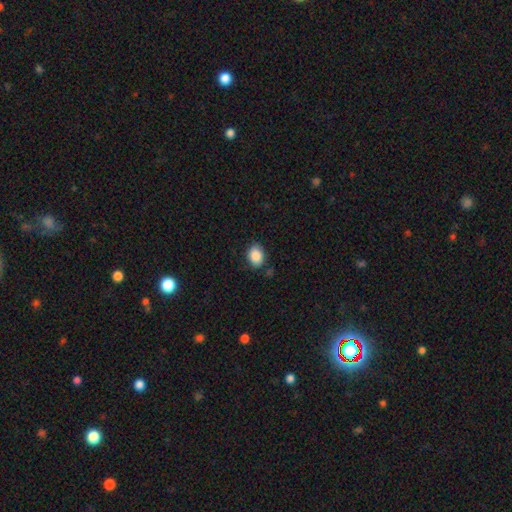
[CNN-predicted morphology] smooth 87%, star or artifact 8%, featured or disk 5%. Down the decision tree: how rounded — in between (70%); merging — none (81%).